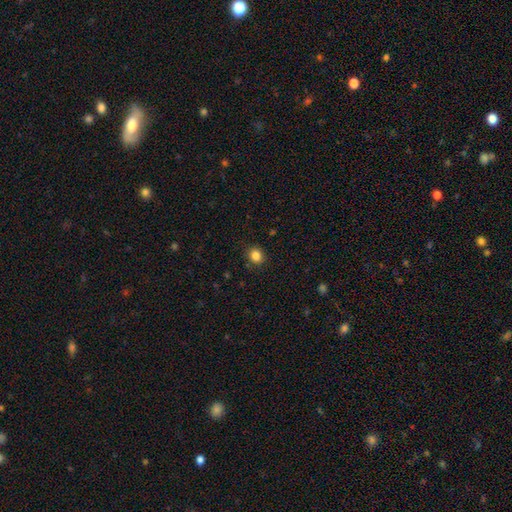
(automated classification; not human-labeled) Smooth or featured: smooth — 84% (star or artifact — 11%)
How rounded: round — 77% (in between — 22%)
Merging: none — 90% (minor disturbance — 7%)